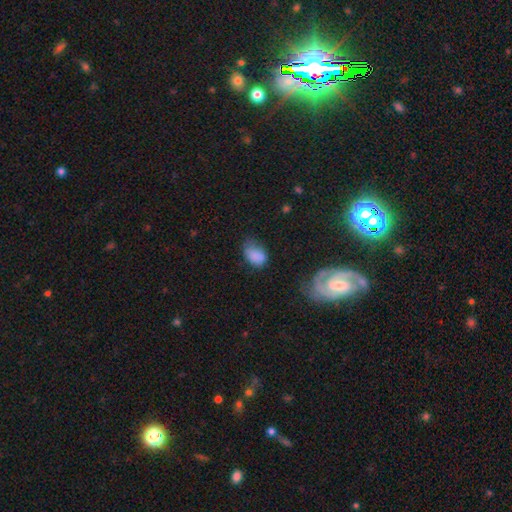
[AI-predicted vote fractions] smooth_or_featured: smooth (p=0.82) [alt: star or artifact p=0.10]
how_rounded: in between (p=0.85) [alt: round p=0.14]
merging: none (p=0.42) [alt: minor disturbance p=0.39]